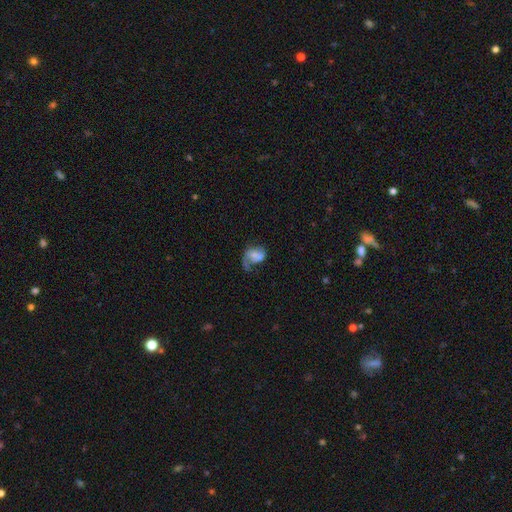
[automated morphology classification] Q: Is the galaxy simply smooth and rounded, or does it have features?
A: featured or disk — 62%.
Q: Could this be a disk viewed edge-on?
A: no — 98%.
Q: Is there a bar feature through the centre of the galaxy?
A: no — 62%.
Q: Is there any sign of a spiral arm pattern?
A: yes — 80%.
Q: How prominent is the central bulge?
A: small — 42%.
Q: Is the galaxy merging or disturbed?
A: major disturbance — 37%.